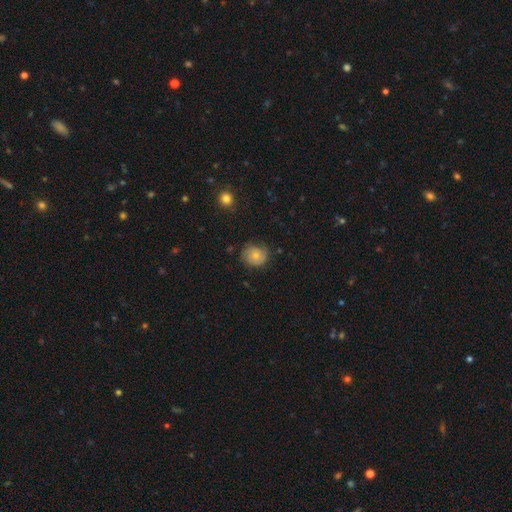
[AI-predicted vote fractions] Q: Smooth or featured?
A: smooth (52%); runner-up: featured or disk (39%)
Q: How rounded?
A: round (77%); runner-up: in between (22%)
Q: Merging?
A: none (70%); runner-up: minor disturbance (22%)